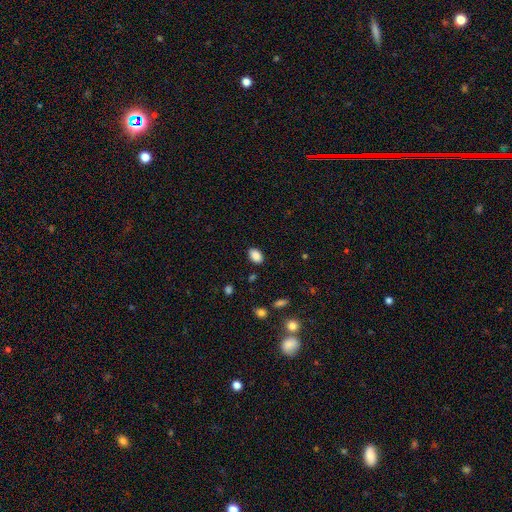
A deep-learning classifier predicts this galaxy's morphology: Smooth or featured?
  - smooth: 88% *
  - star or artifact: 9%
  - featured or disk: 4%
How rounded?
  - in between: 85% *
  - round: 13%
  - cigar-shaped: 1%
Merging?
  - none: 86% *
  - minor disturbance: 10%
  - major disturbance: 3%
  - merger: 1%